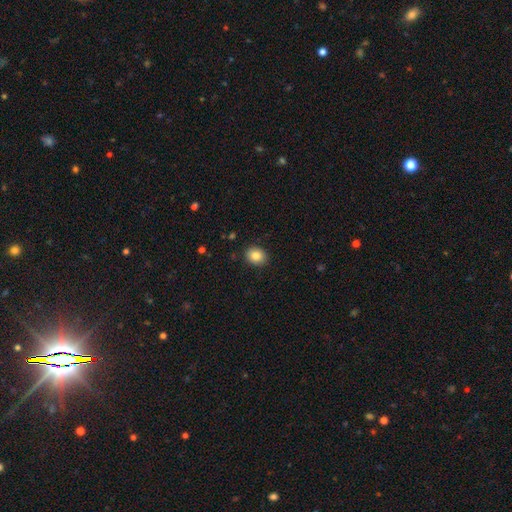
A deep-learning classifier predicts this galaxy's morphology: smooth_or_featured: smooth (p=0.84) [alt: star or artifact p=0.09]
how_rounded: round (p=0.57) [alt: in between p=0.42]
merging: none (p=0.90) [alt: minor disturbance p=0.07]